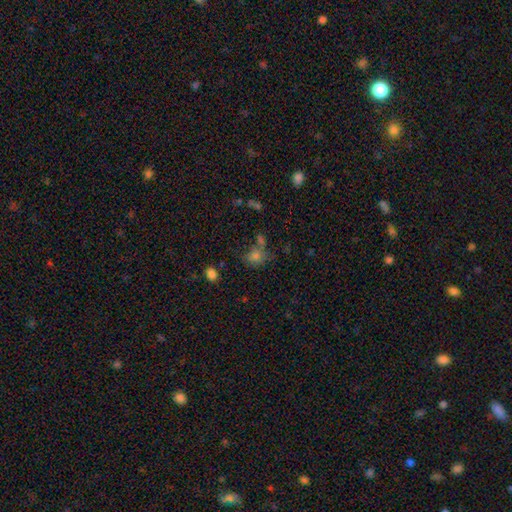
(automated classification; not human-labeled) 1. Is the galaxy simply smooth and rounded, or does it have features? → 71% smooth, 18% star or artifact, 11% featured or disk.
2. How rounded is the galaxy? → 66% round, 32% in between, 1% cigar-shaped.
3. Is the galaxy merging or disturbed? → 55% none, 23% merger, 15% minor disturbance, 7% major disturbance.